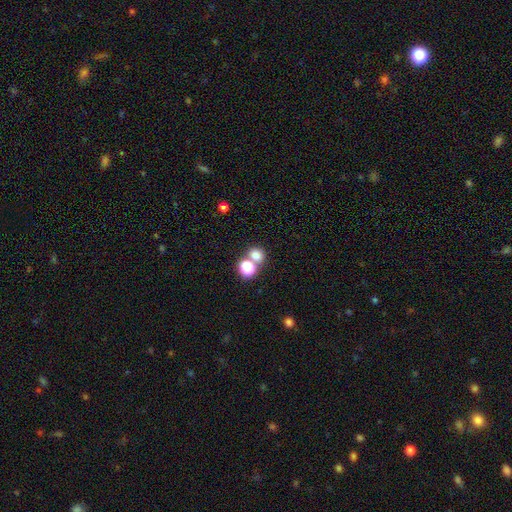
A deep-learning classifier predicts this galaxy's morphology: The model was most divided on "merging": none: 53%, merger: 37%, minor disturbance: 7%, major disturbance: 3%. More confident: smooth or featured — smooth (73%); how rounded — round (73%).